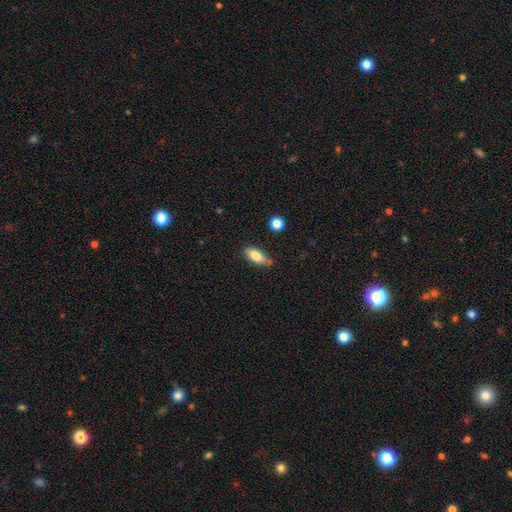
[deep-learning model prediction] Morphology: type=smooth (81%); roundness=in between (83%); merging=none (78%).